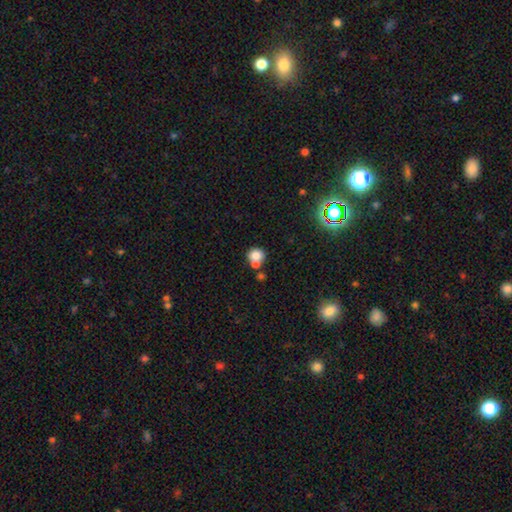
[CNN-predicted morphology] Smooth or featured? smooth (77%)
How rounded? round (75%)
Merging? merger (44%)